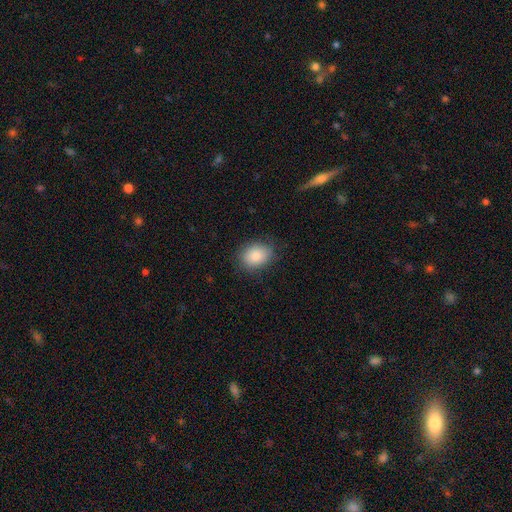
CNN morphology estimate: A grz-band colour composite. It shows a smooth galaxy with no disk features (87%) that is in between round and cigar-shaped (63%). Merging: none (82%).